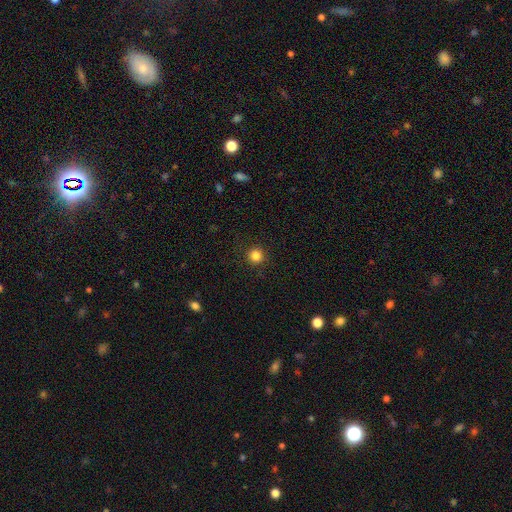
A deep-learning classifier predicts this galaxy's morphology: Smooth or featured? Predicted: smooth (p=0.84). How rounded? Predicted: round (p=0.95). Merging? Predicted: none (p=0.91).